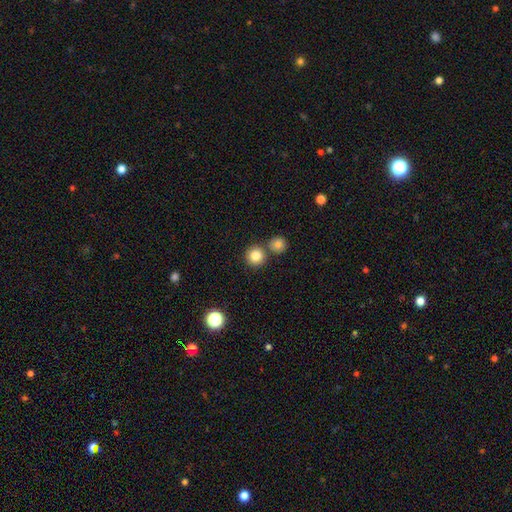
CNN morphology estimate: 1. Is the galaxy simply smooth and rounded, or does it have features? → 83% smooth, 11% star or artifact, 6% featured or disk.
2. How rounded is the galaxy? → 93% round, 6% in between, 1% cigar-shaped.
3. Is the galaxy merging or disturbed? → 74% none, 17% merger, 7% minor disturbance, 2% major disturbance.